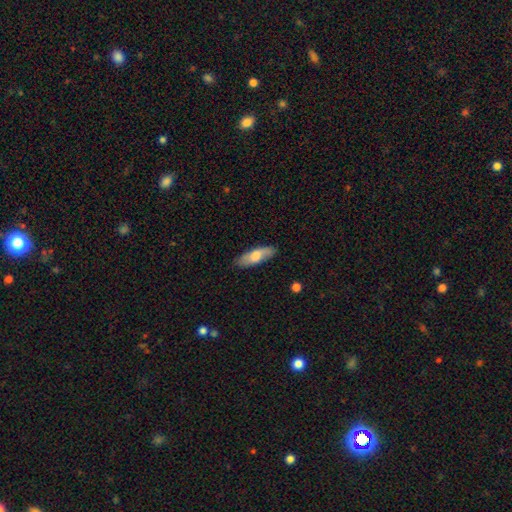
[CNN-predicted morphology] Overall: smooth (68%). How rounded: in between (55%; cigar-shaped 43%). Merging: none (83%).